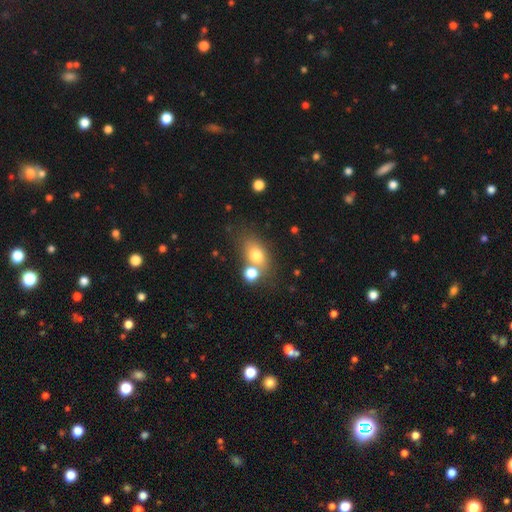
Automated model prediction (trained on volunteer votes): Morphology: type=smooth (73%); roundness=in between (67%); merging=none (54%).